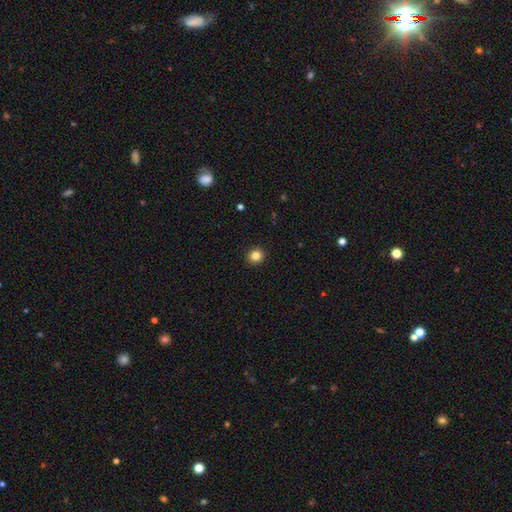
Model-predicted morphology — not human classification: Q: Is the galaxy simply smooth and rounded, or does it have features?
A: smooth — 83%.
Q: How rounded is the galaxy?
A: round — 88%.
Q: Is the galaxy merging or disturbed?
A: none — 93%.